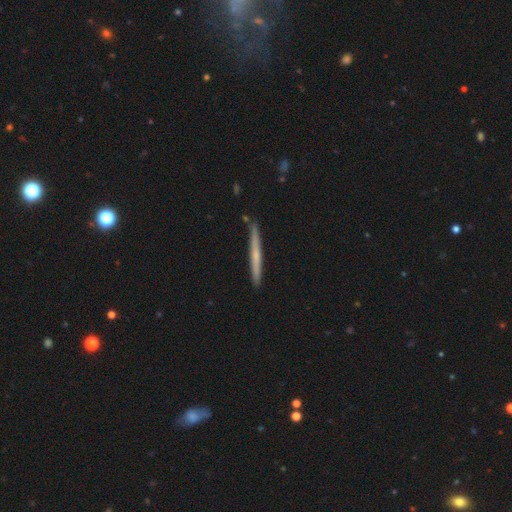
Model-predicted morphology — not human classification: This appears to be a smooth galaxy with no disk features (48%). Merging: none (88%).